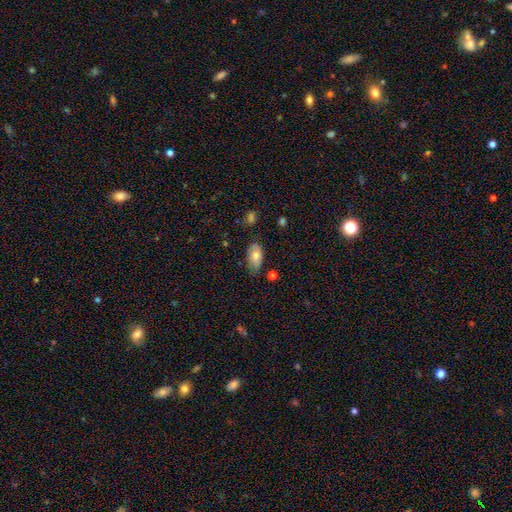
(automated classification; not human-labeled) smooth 70%, featured or disk 22%, star or artifact 7%. Down the decision tree: how rounded — in between (93%); merging — none (63%).